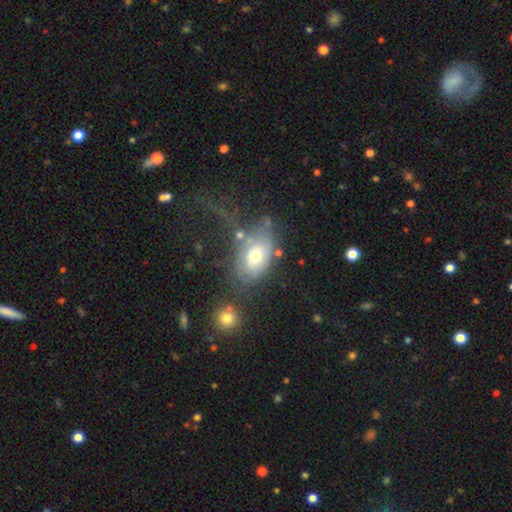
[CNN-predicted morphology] smooth 50%, featured or disk 39%, star or artifact 11%. Down the decision tree: merging — none (48%).